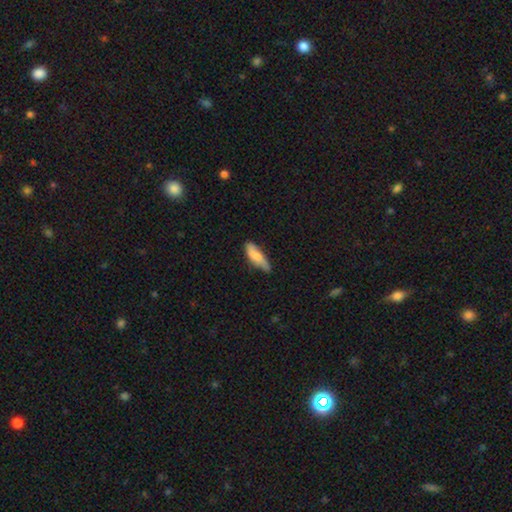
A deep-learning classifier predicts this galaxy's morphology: Overall: smooth (71%). How rounded: in between (55%; cigar-shaped 43%). Merging: none (57%; minor disturbance 34%).